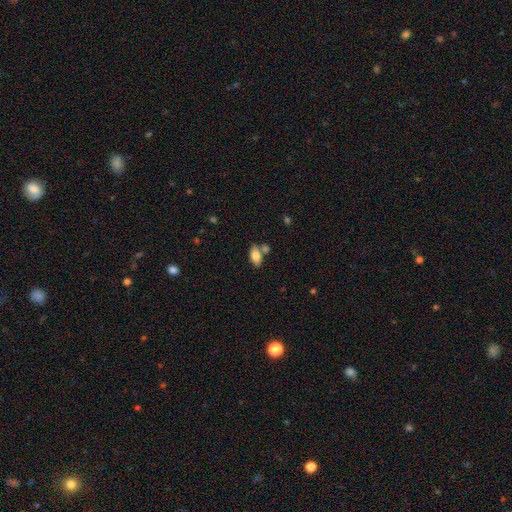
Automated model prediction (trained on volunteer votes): Overall: smooth (79%). How rounded: in between (91%). Merging: none (58%; merger 24%).